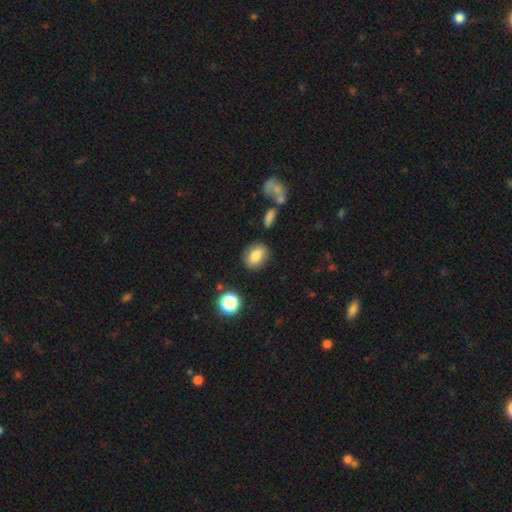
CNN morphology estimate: Smooth or featured? smooth (83%)
How rounded? in between (75%)
Merging? none (81%)